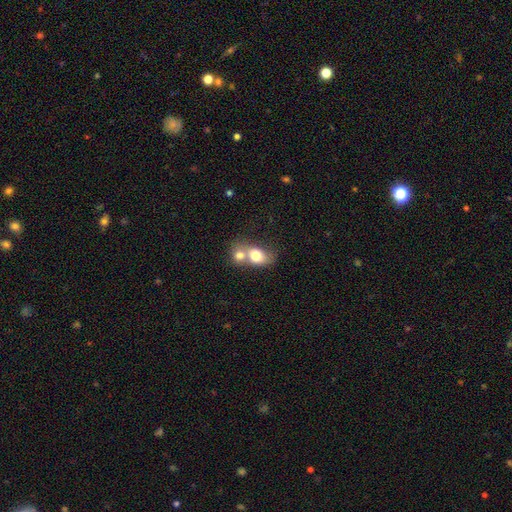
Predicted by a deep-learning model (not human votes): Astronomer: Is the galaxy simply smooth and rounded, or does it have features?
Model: smooth — 74%.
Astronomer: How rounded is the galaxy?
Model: in between — 56% (runner-up: round, 43%).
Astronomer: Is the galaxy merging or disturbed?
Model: merger — 71%.